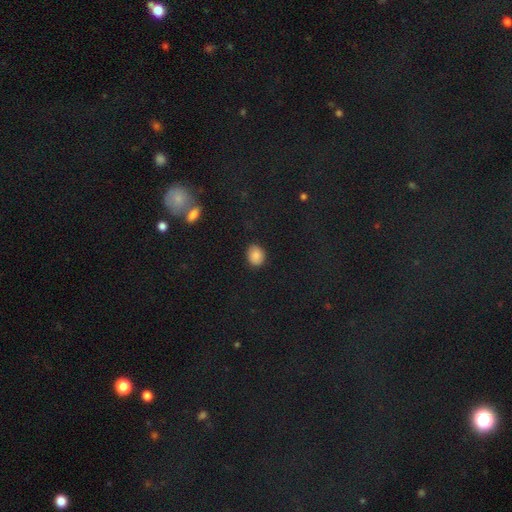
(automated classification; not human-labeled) This is clearly a smooth galaxy (84%). How rounded: possibly round (52%). Merging: clearly none (84%).